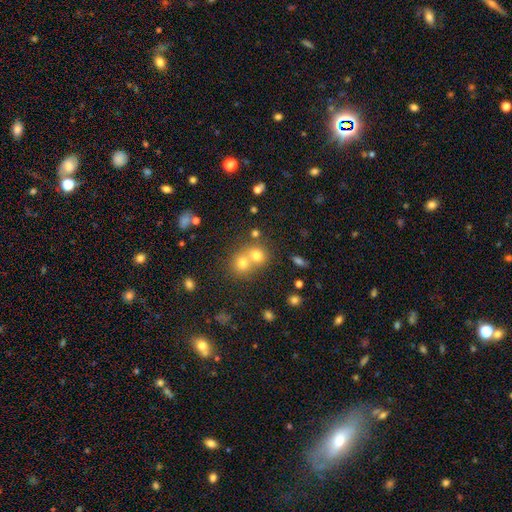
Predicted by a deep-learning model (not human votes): This is likely a smooth galaxy (61%). How rounded: clearly round (81%). Merging: possibly merger (49%).